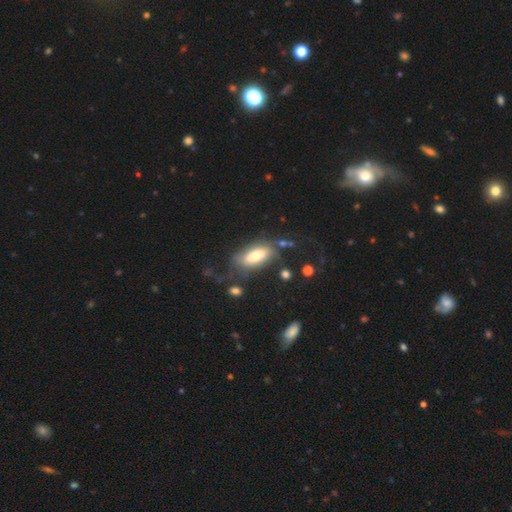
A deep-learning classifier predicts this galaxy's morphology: A smooth galaxy with no disk features (60%) that is in between round and cigar-shaped (83%).

Vote fractions:
- Smooth or featured? smooth: 60% / featured or disk: 33% / star or artifact: 8%
- How rounded? in between: 83% / cigar-shaped: 15% / round: 2%
- Merging? none: 51% / minor disturbance: 24% / major disturbance: 19% / merger: 6%